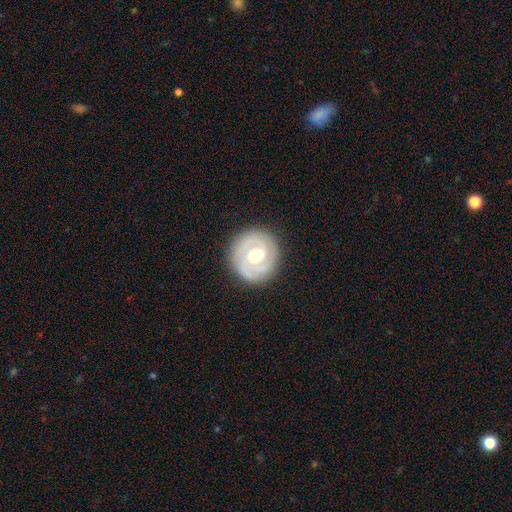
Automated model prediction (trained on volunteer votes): Overall: featured or disk (75%). Edge-on disk: no (97%). Bar: no (46%; weak 41%). Spiral arms: yes (79%). Spiral arm count: 2 (64%). Spiral winding: tight (61%; medium 30%). Bulge size: moderate (73%). Merging: none (85%).